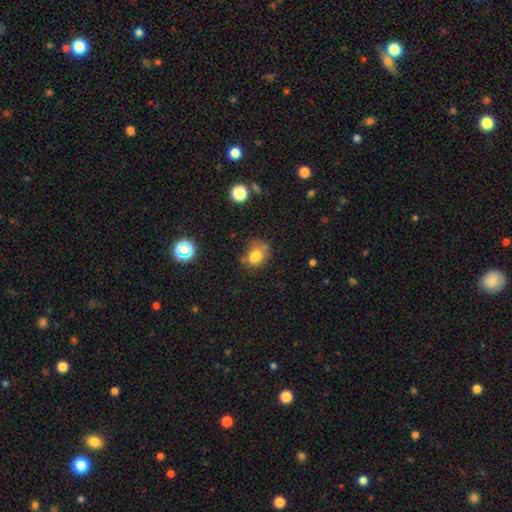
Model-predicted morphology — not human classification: type=smooth (74%); roundness=in between (51%); merging=none (50%).